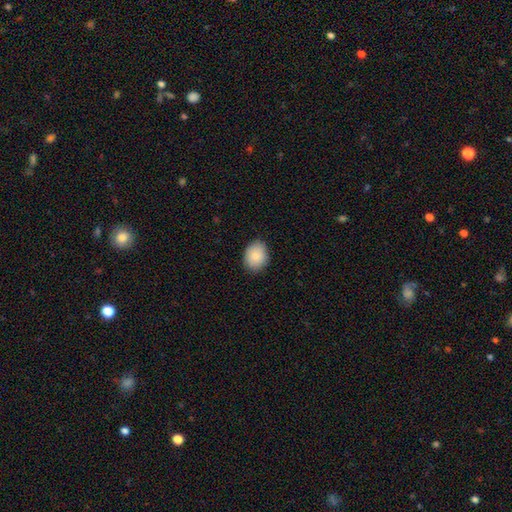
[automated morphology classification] This is clearly a smooth galaxy (87%). How rounded: possibly in between (58%). Merging: clearly none (86%).